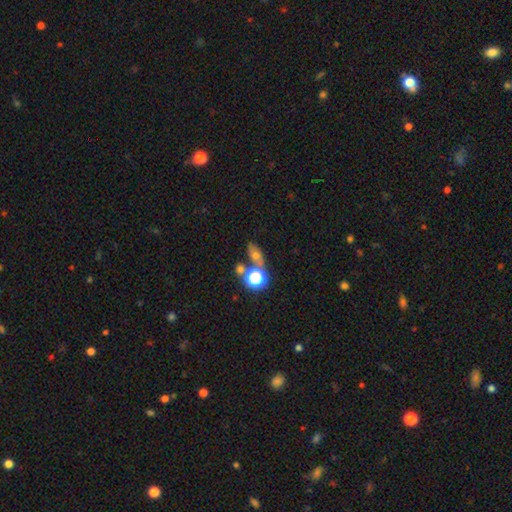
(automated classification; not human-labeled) Smooth or featured: smooth — 48% (star or artifact — 31%)
Merging: none — 56% (merger — 24%)